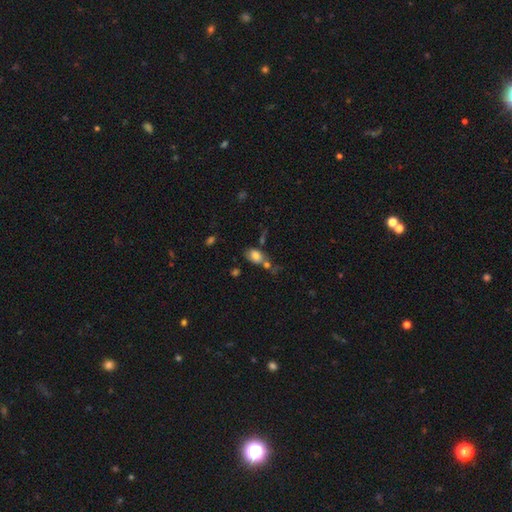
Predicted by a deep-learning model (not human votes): A smooth galaxy with no disk features (78%) that is in between round and cigar-shaped (83%).

Vote fractions:
- Smooth or featured? smooth: 78% / featured or disk: 12% / star or artifact: 10%
- How rounded? in between: 83% / round: 15% / cigar-shaped: 2%
- Merging? none: 44% / merger: 29% / minor disturbance: 17% / major disturbance: 9%